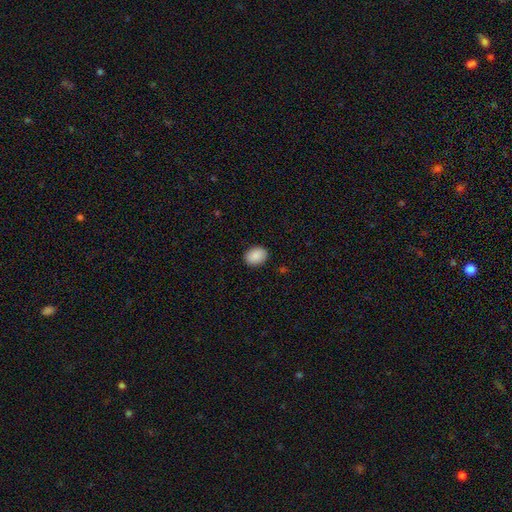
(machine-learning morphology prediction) Smooth or featured: smooth — 90% (star or artifact — 7%)
How rounded: in between — 69% (round — 30%)
Merging: none — 89% (minor disturbance — 8%)